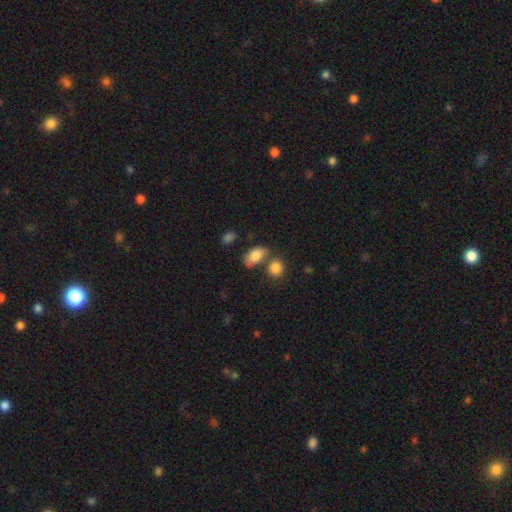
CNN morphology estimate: Smooth or featured? smooth (83%)
How rounded? in between (89%)
Merging? none (50%)